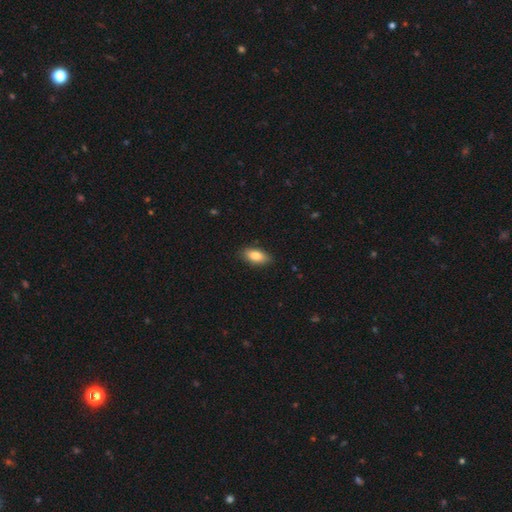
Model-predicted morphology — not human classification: type=smooth (84%); roundness=in between (89%); merging=none (87%).